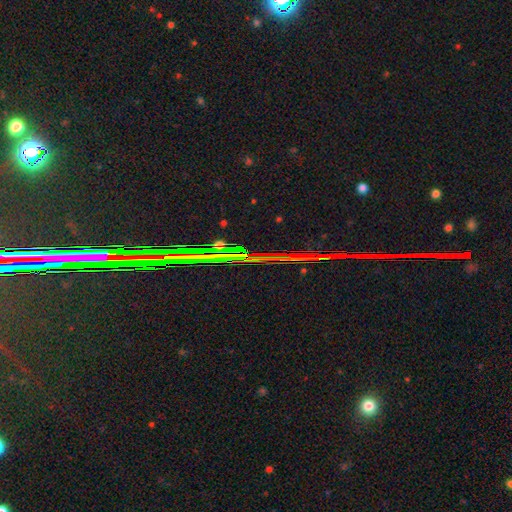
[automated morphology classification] This appears to be a star or artifact, not a galaxy (83%).